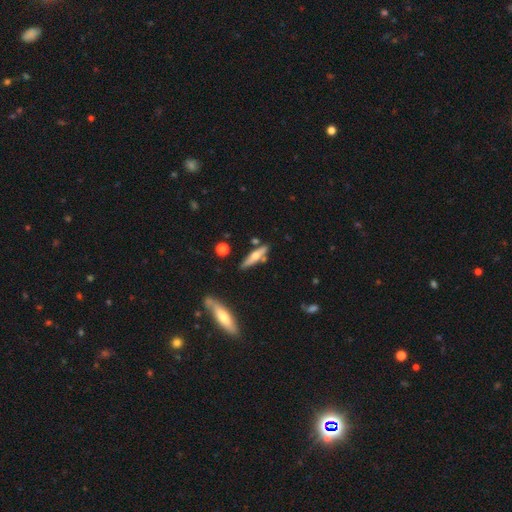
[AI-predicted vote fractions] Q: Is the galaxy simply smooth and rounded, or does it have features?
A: featured or disk — 49%.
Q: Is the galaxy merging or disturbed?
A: none — 73%.